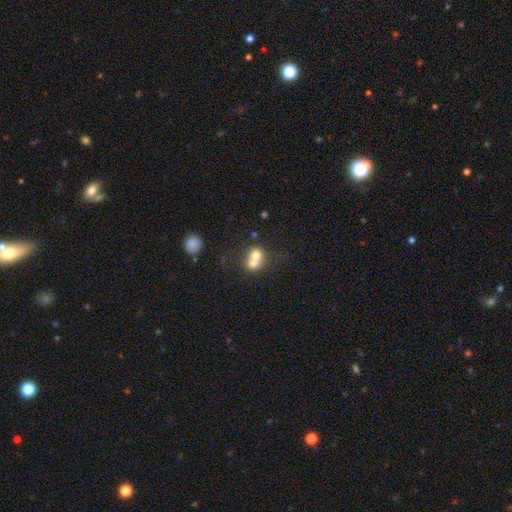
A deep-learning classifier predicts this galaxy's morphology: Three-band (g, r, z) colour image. It shows a smooth galaxy with no disk features (66%) that is round (71%). Merging: merger (68%).